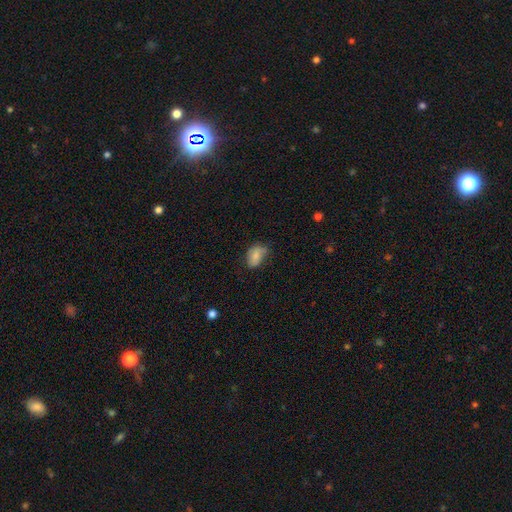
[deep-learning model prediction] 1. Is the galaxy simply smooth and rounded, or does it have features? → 72% smooth, 20% featured or disk, 8% star or artifact.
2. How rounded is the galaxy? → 85% in between, 13% round, 1% cigar-shaped.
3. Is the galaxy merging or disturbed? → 52% none, 36% minor disturbance, 10% major disturbance, 2% merger.